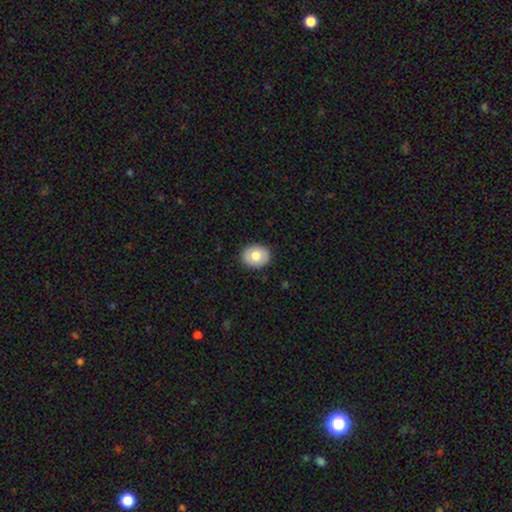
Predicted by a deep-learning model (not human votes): A smooth galaxy with no disk features (76%) that is round (55%). Merging: none (90%).